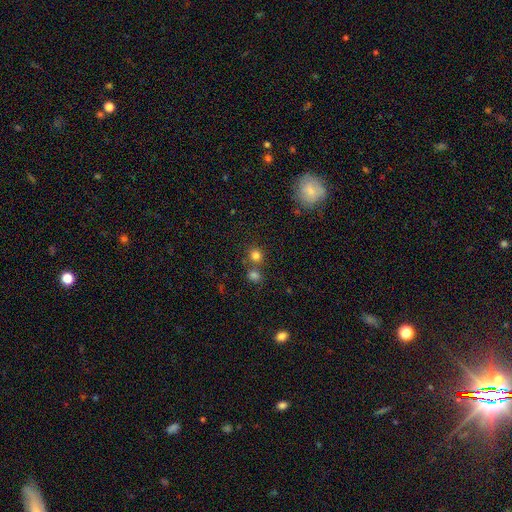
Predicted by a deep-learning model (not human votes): Smooth or featured: smooth — 78% (star or artifact — 15%)
How rounded: round — 88% (in between — 11%)
Merging: none — 67% (merger — 23%)